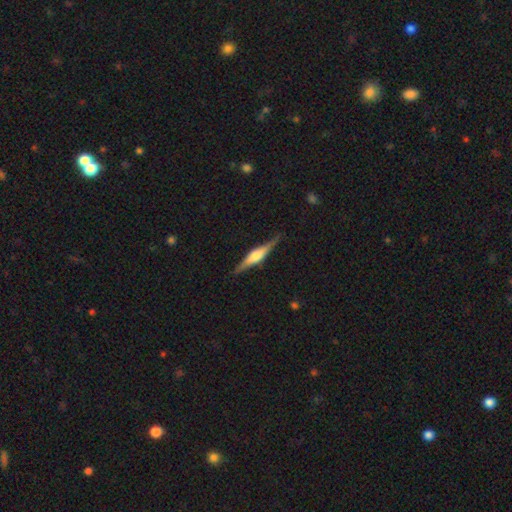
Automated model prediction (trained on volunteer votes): featured or disk 72%, smooth 22%, star or artifact 6%. Down the decision tree: edge-on disk — yes (97%); edge-on bulge — rounded (74%); merging — none (86%).